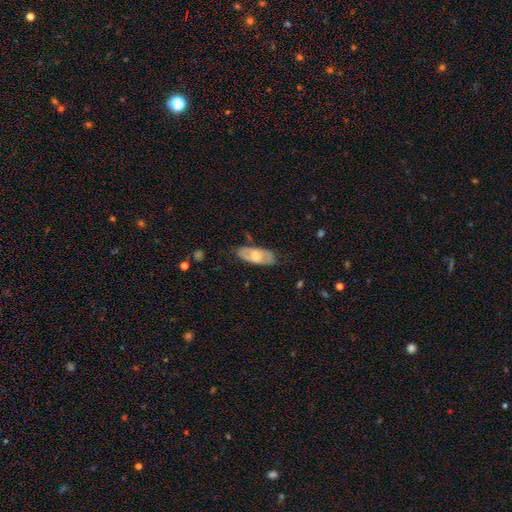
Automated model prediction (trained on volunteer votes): Smooth or featured? smooth (59%)
How rounded? in between (83%)
Merging? none (74%)